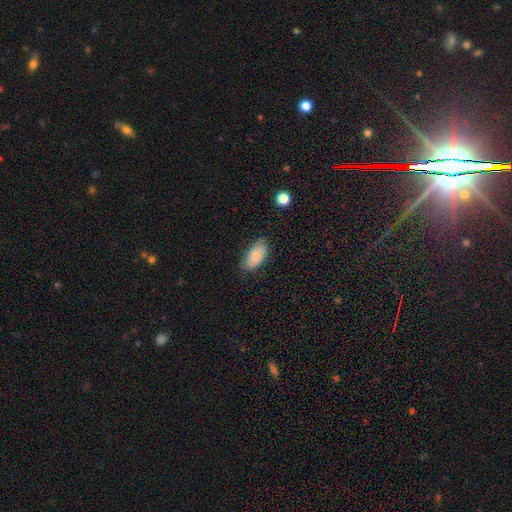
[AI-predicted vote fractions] This appears to be a smooth galaxy with no disk features (83%) that is in between round and cigar-shaped (92%). Merging: none (73%).